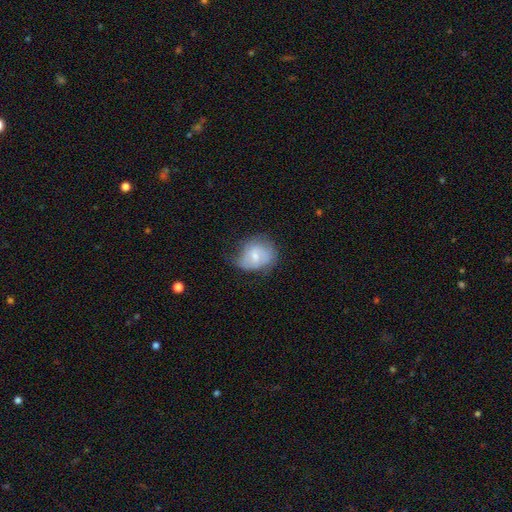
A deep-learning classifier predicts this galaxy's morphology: Q: Smooth or featured?
A: smooth (58%); runner-up: featured or disk (35%)
Q: How rounded?
A: round (50%); runner-up: in between (49%)
Q: Merging?
A: none (44%); runner-up: minor disturbance (37%)